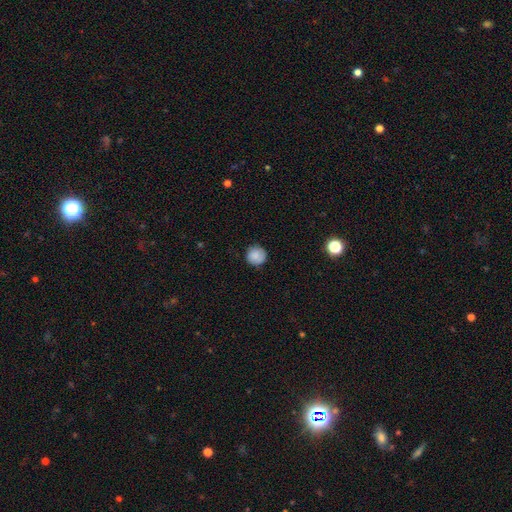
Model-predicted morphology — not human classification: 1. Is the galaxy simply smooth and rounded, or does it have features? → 85% smooth, 8% star or artifact, 6% featured or disk.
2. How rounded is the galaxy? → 94% round, 5% in between, 1% cigar-shaped.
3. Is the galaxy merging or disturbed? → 84% none, 12% minor disturbance, 2% major disturbance, 1% merger.